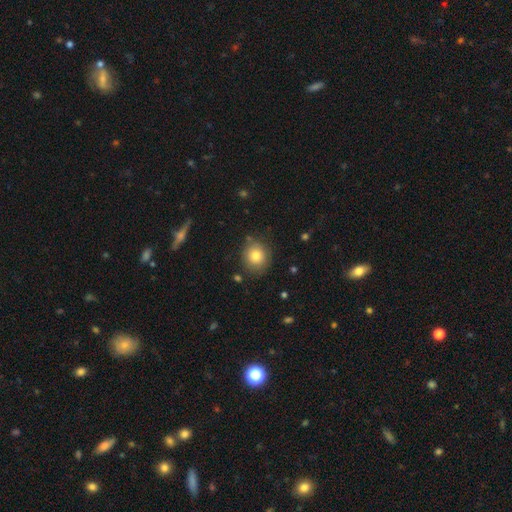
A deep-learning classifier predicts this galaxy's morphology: Smooth or featured: smooth — 80% (featured or disk — 10%)
How rounded: round — 81% (in between — 18%)
Merging: none — 82% (minor disturbance — 12%)